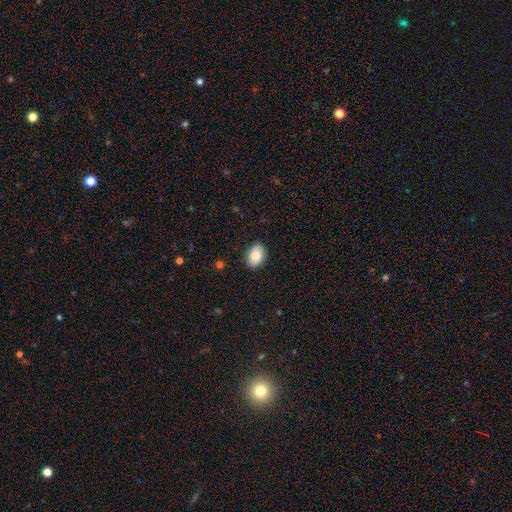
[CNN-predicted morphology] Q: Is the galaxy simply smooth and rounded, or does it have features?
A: smooth — 83%.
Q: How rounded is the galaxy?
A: in between — 86%.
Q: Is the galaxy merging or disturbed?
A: none — 86%.